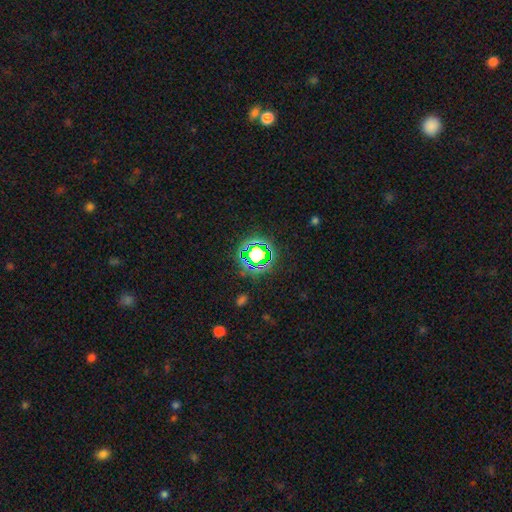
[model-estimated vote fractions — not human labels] Q: Smooth or featured?
A: star or artifact (62%); runner-up: smooth (26%)